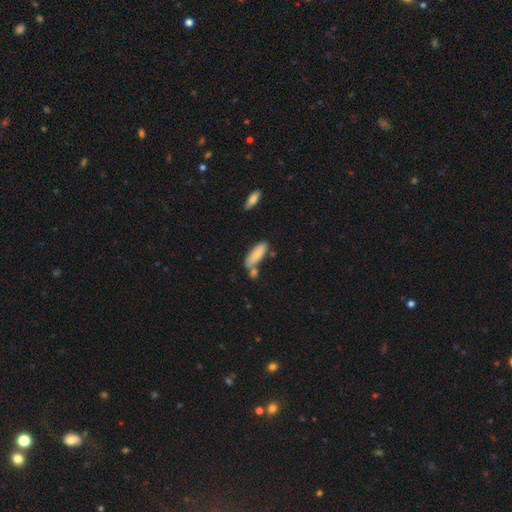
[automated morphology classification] The model was most divided on "how rounded": in between: 57%, cigar-shaped: 42%, round: 2%. More confident: smooth or featured — smooth (78%); merging — none (59%).